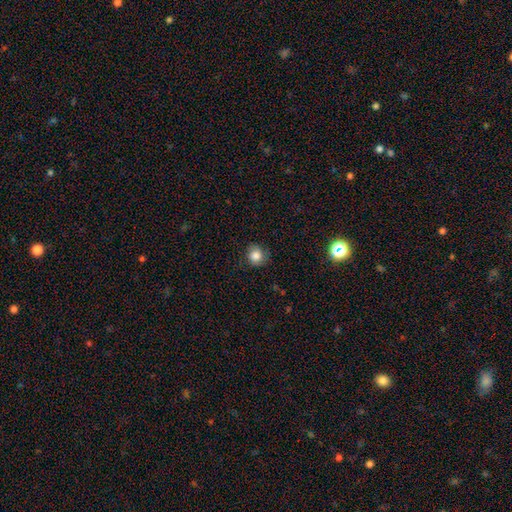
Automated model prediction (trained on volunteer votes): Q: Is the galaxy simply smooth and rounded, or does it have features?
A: smooth — 84%.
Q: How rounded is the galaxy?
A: round — 84%.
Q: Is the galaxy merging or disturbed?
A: none — 77%.